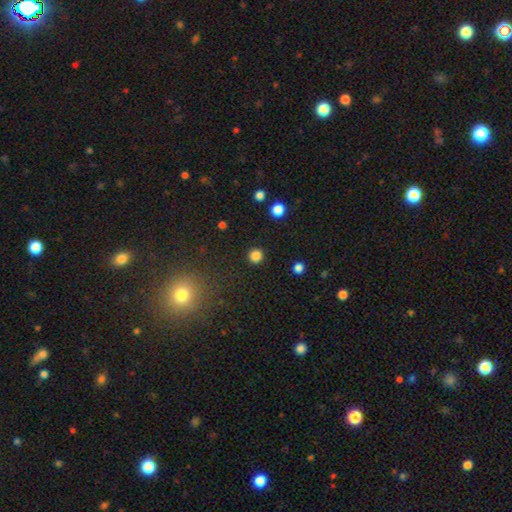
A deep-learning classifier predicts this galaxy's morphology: Smooth or featured?
  - smooth: 84% *
  - star or artifact: 13%
  - featured or disk: 3%
How rounded?
  - round: 93% *
  - in between: 6%
  - cigar-shaped: 1%
Merging?
  - none: 91% *
  - minor disturbance: 5%
  - major disturbance: 2%
  - merger: 1%